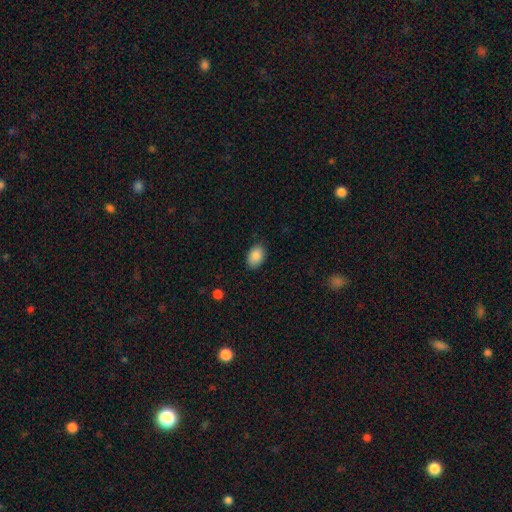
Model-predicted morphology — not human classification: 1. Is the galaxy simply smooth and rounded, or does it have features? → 88% smooth, 7% star or artifact, 4% featured or disk.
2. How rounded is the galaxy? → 86% in between, 13% round, 1% cigar-shaped.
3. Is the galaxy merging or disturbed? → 87% none, 10% minor disturbance, 2% major disturbance, 1% merger.